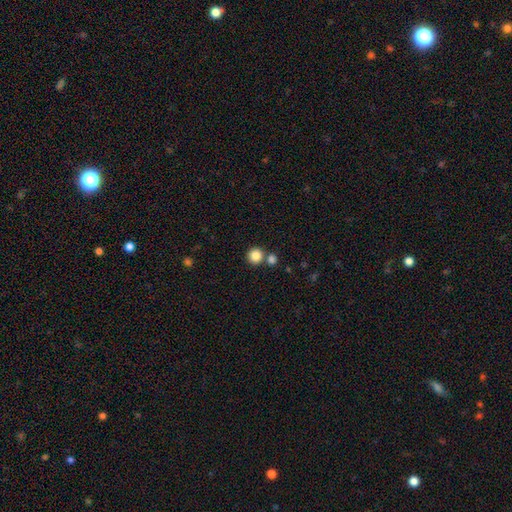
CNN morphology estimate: Q: Smooth or featured?
A: smooth (85%); runner-up: star or artifact (10%)
Q: How rounded?
A: round (93%); runner-up: in between (7%)
Q: Merging?
A: none (72%); runner-up: merger (20%)